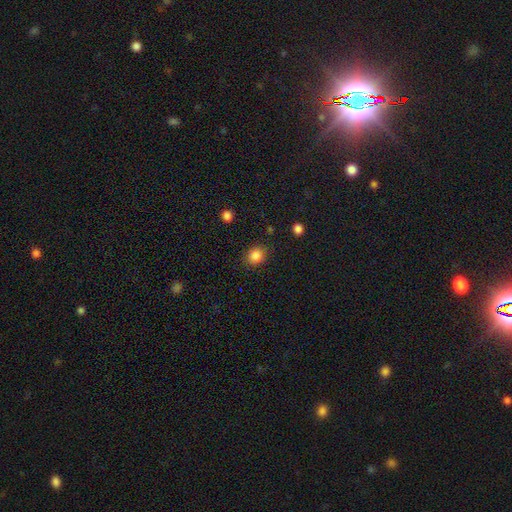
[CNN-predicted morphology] This appears to be a smooth galaxy with no disk features (85%) that is round (75%). Merging: none (84%).